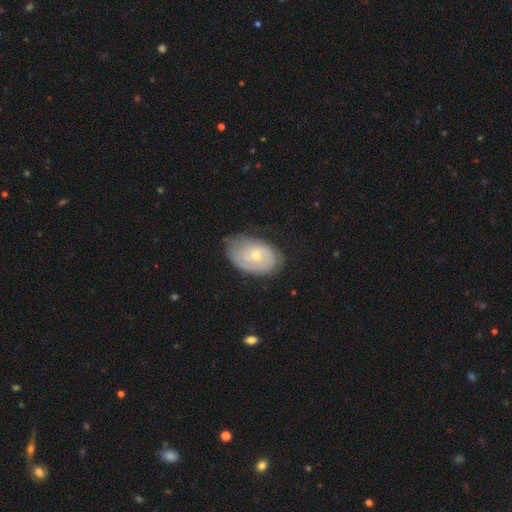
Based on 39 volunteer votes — A featured or disk galaxy (72%) with no bar (79%), 1 (43%, tied with can't tell) tight (74%) spiral arms (82%) and a moderate central bulge (61%). Merging: none (55%).